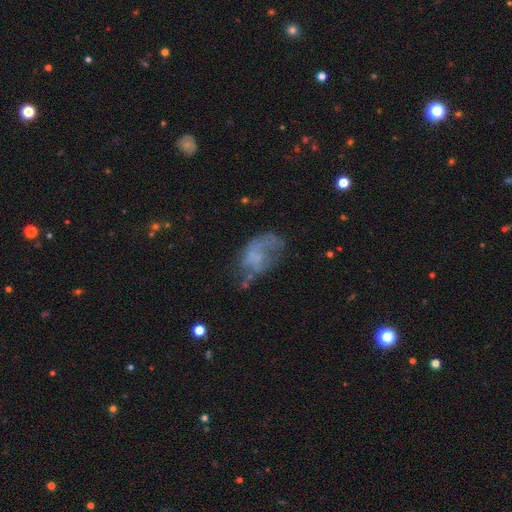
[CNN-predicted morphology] Q: Smooth or featured?
A: featured or disk (48%); runner-up: smooth (38%)
Q: Merging?
A: major disturbance (35%); runner-up: none (34%)